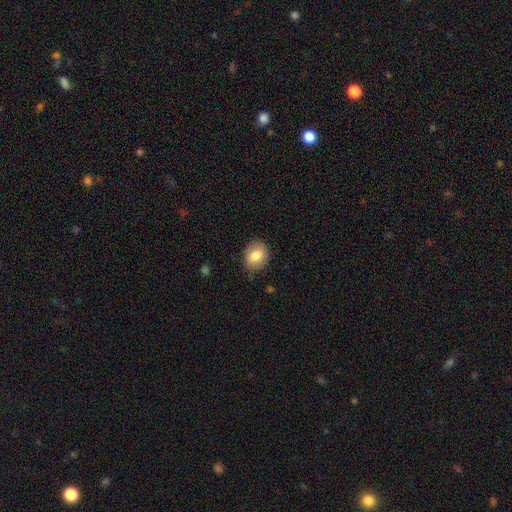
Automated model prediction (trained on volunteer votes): Overall: smooth (83%). How rounded: in between (53%; round 46%). Merging: none (82%).